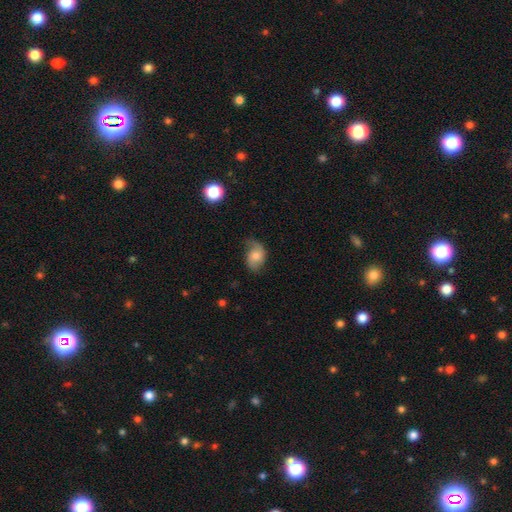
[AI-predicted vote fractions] Q: Smooth or featured?
A: smooth (50%); runner-up: featured or disk (41%)
Q: How rounded?
A: in between (73%); runner-up: round (25%)
Q: Merging?
A: none (53%); runner-up: minor disturbance (32%)